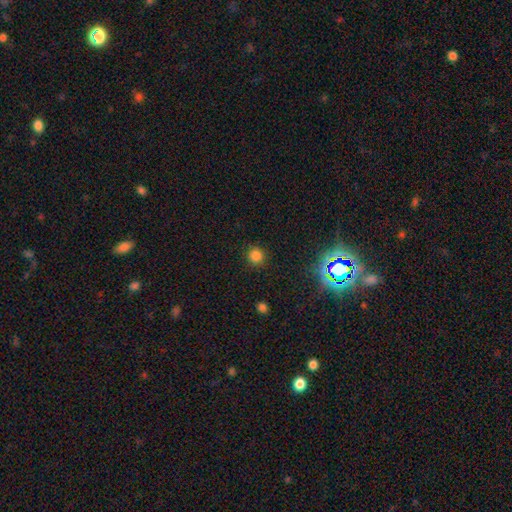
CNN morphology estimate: type=smooth (80%); roundness=round (94%); merging=none (90%).